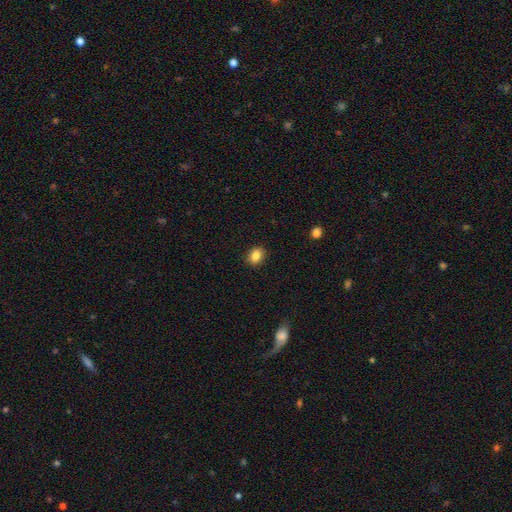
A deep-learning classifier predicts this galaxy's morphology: A smooth galaxy with no disk features (84%) that is in between round and cigar-shaped (57%). Merging: none (89%).